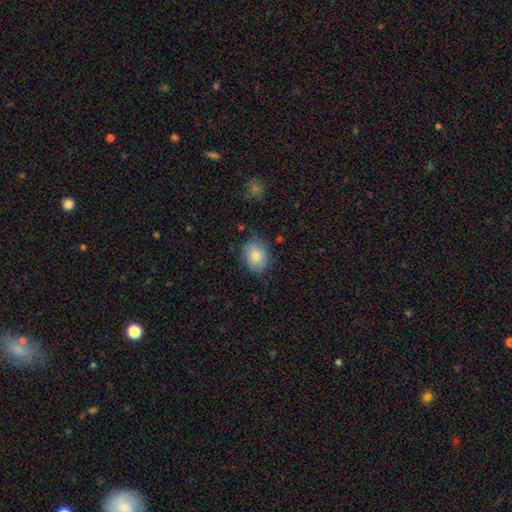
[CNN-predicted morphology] A smooth galaxy with no disk features (82%) that is in between round and cigar-shaped (71%).

Vote fractions:
- Smooth or featured? smooth: 82% / featured or disk: 11% / star or artifact: 7%
- How rounded? in between: 71% / round: 28% / cigar-shaped: 1%
- Merging? none: 73% / minor disturbance: 21% / major disturbance: 5% / merger: 1%